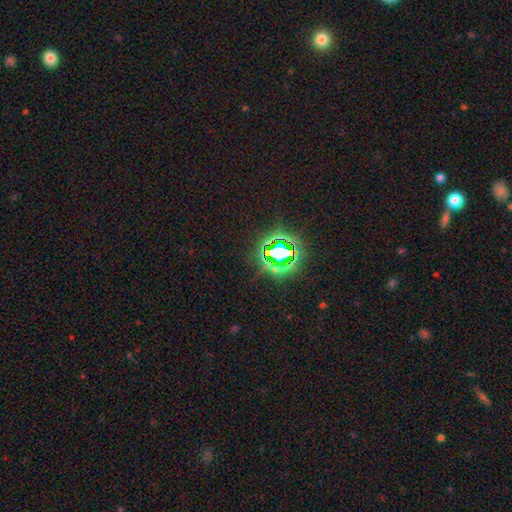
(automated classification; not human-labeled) Smooth or featured: star or artifact — 82% (smooth — 12%)